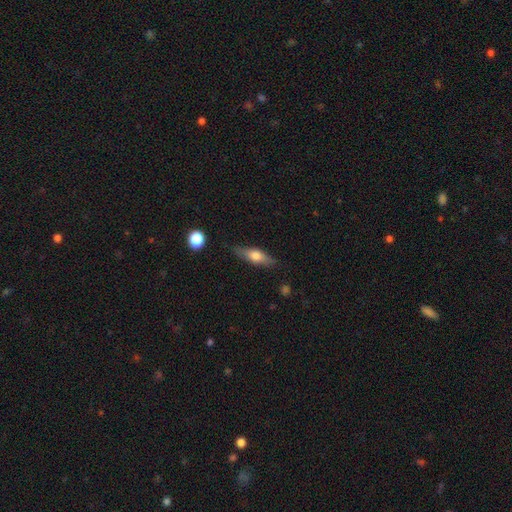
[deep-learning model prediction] smooth_or_featured: smooth (p=0.50) [alt: featured or disk p=0.43]
how_rounded: cigar-shaped (p=0.51) [alt: in between p=0.45]
merging: none (p=0.81) [alt: minor disturbance p=0.14]